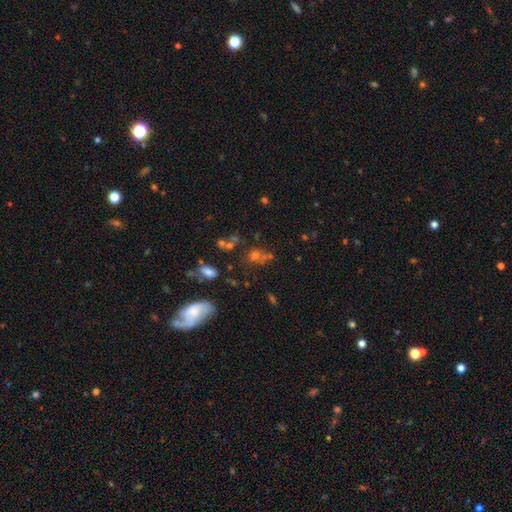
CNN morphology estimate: smooth_or_featured: smooth (p=0.50) [alt: star or artifact p=0.32]
merging: none (p=0.53) [alt: merger p=0.25]